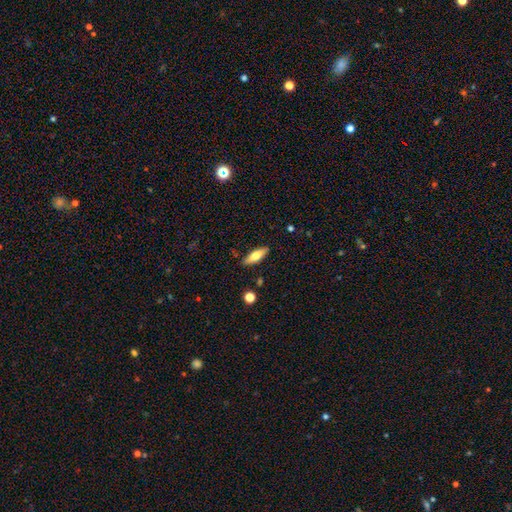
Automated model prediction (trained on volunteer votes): This is likely a smooth galaxy (61%). How rounded: possibly in between (58%). Merging: clearly none (87%).